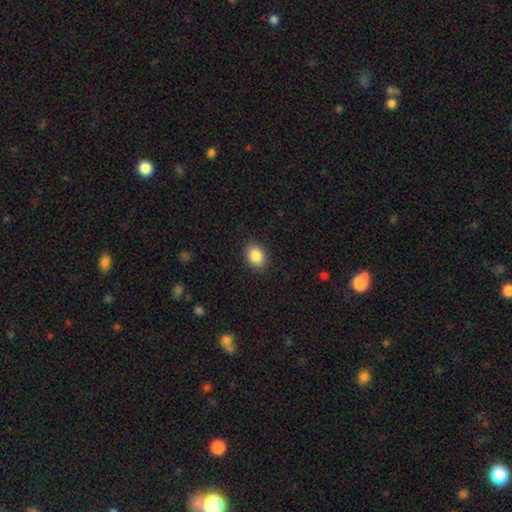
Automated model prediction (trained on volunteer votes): Morphology: type=smooth (87%); roundness=in between (69%); merging=none (89%).